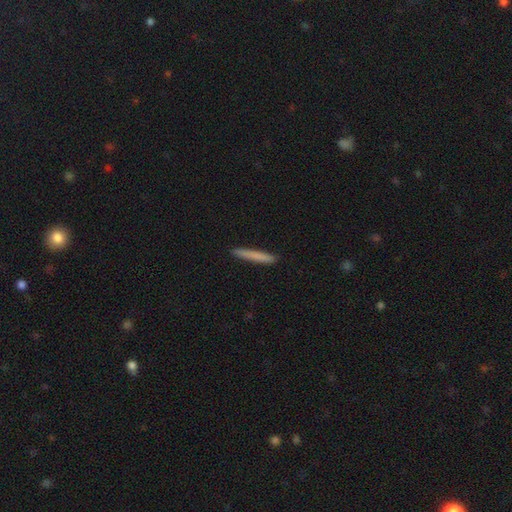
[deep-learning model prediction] This is likely a smooth galaxy (77%). How rounded: clearly cigar-shaped (96%). Merging: clearly none (91%).